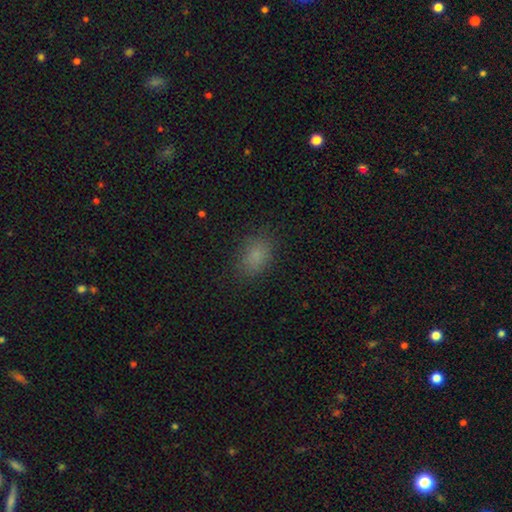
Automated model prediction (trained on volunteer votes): A smooth galaxy with no disk features (82%) that is in between round and cigar-shaped (81%). Merging: none (82%).